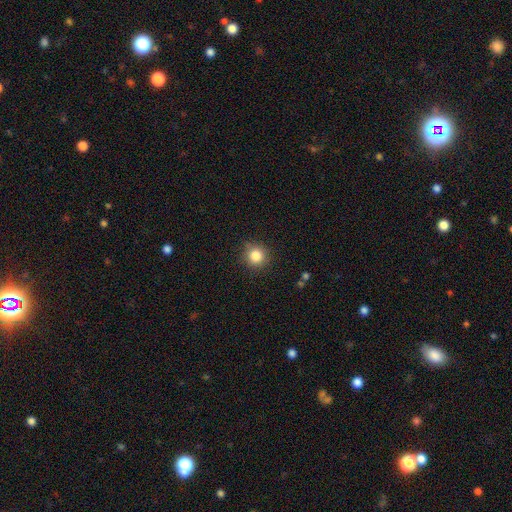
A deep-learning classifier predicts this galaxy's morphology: Q: Smooth or featured?
A: smooth (84%); runner-up: star or artifact (11%)
Q: How rounded?
A: round (93%); runner-up: in between (6%)
Q: Merging?
A: none (87%); runner-up: minor disturbance (9%)